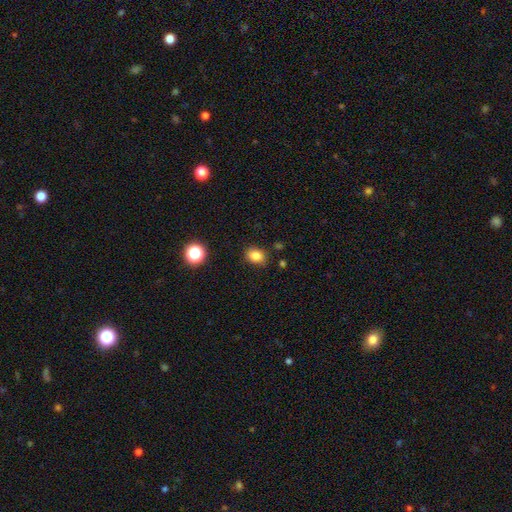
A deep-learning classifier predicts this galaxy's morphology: A smooth galaxy with no disk features (83%) that is in between round and cigar-shaped (61%). Merging: none (82%).